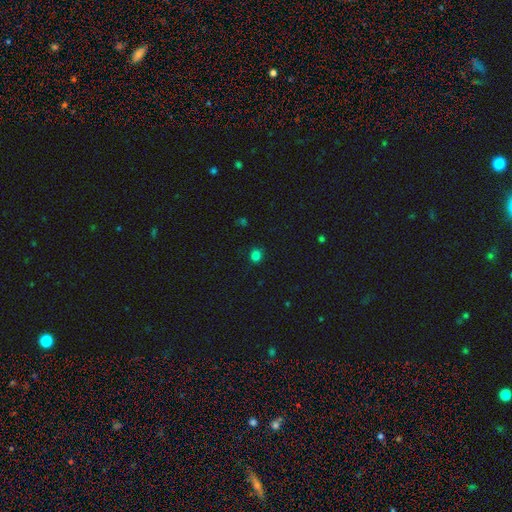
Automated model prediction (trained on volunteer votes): Smooth or featured: smooth — 80% (star or artifact — 16%)
How rounded: round — 78% (in between — 21%)
Merging: none — 87% (minor disturbance — 10%)